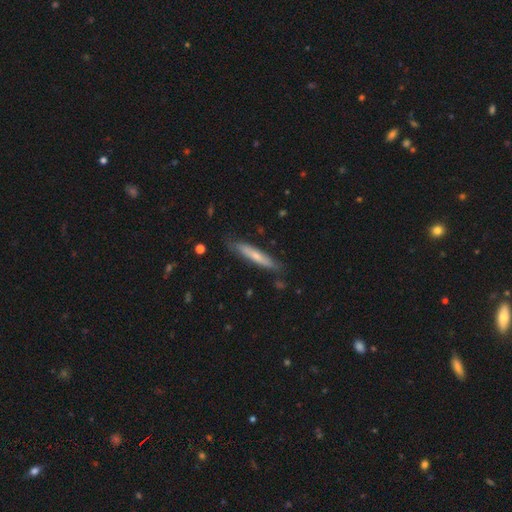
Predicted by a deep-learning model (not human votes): The model was most divided on "smooth or featured": smooth: 53%, featured or disk: 41%, star or artifact: 6%. More confident: how rounded — cigar-shaped (92%); merging — none (82%).